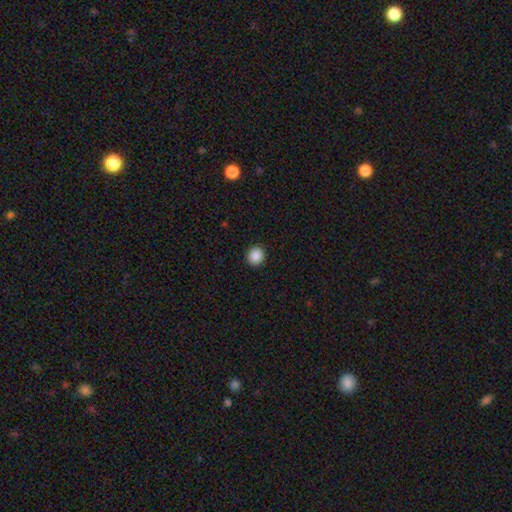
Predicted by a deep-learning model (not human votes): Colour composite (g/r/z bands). It shows a smooth galaxy with no disk features (89%) that is round (87%). Merging: none (92%).